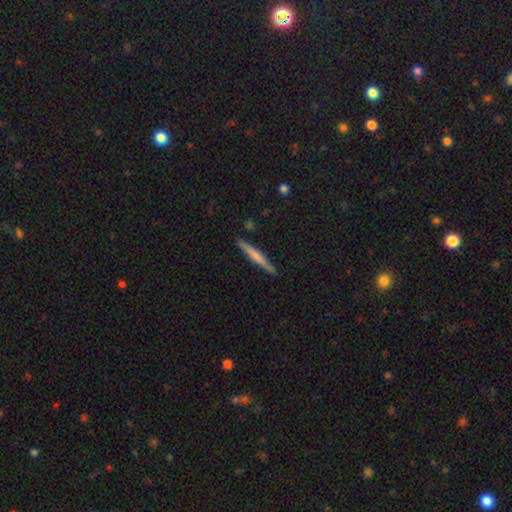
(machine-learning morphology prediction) A smooth galaxy with no disk features (49%).

Vote fractions:
- Smooth or featured? smooth: 49% / featured or disk: 46% / star or artifact: 6%
- Merging? none: 88% / minor disturbance: 9% / major disturbance: 2% / merger: 1%